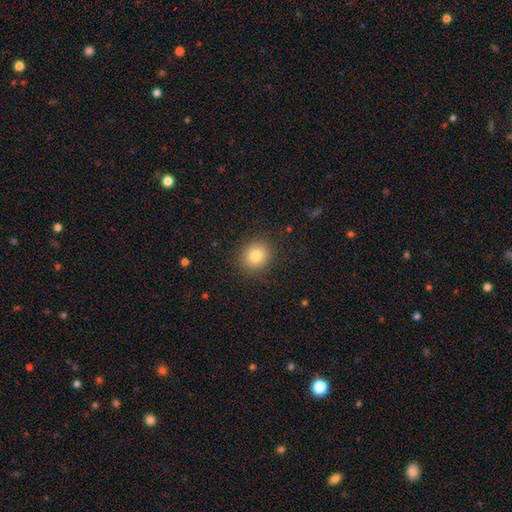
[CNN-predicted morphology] This appears to be a smooth galaxy with no disk features (82%) that is round (76%). Merging: none (88%).